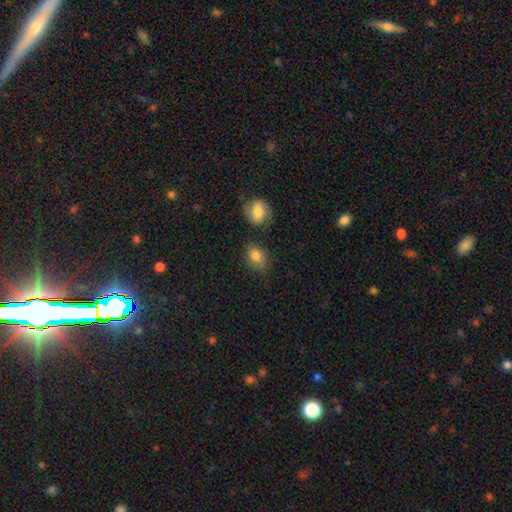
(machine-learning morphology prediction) A smooth galaxy with no disk features (82%) that is in between round and cigar-shaped (64%). Merging: none (68%).